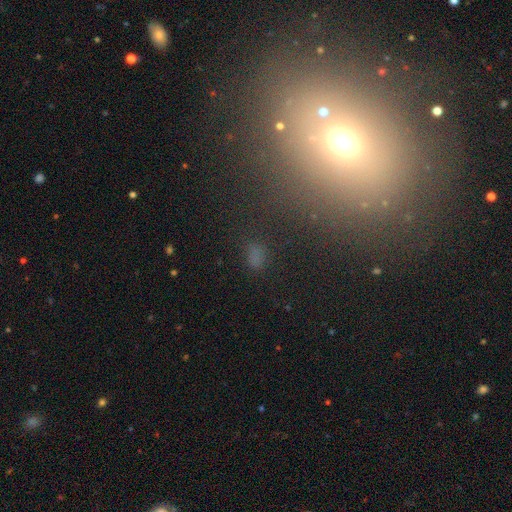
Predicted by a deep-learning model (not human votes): A smooth galaxy with no disk features (56%) that is in between round and cigar-shaped (73%).

Vote fractions:
- Smooth or featured? smooth: 56% / star or artifact: 34% / featured or disk: 10%
- How rounded? in between: 73% / round: 23% / cigar-shaped: 5%
- Merging? none: 68% / minor disturbance: 17% / major disturbance: 10% / merger: 5%